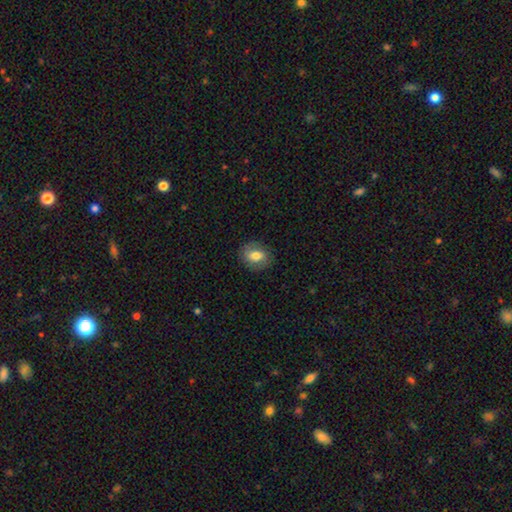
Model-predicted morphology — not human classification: Smooth or featured?
  - smooth: 73% *
  - featured or disk: 18%
  - star or artifact: 8%
How rounded?
  - in between: 57% *
  - round: 42%
  - cigar-shaped: 1%
Merging?
  - none: 84% *
  - minor disturbance: 11%
  - major disturbance: 4%
  - merger: 1%